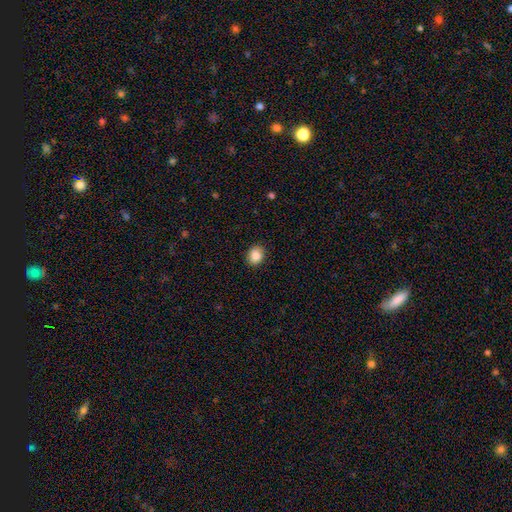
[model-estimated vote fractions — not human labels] Smooth or featured?
  - smooth: 88% *
  - star or artifact: 8%
  - featured or disk: 4%
How rounded?
  - round: 53% *
  - in between: 46%
  - cigar-shaped: 1%
Merging?
  - none: 88% *
  - minor disturbance: 9%
  - major disturbance: 2%
  - merger: 1%